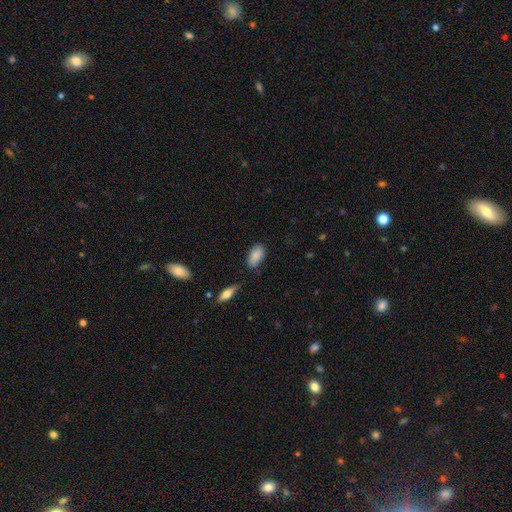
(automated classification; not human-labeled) Q: Smooth or featured?
A: smooth (87%); runner-up: star or artifact (7%)
Q: How rounded?
A: in between (92%); runner-up: cigar-shaped (4%)
Q: Merging?
A: none (75%); runner-up: minor disturbance (18%)